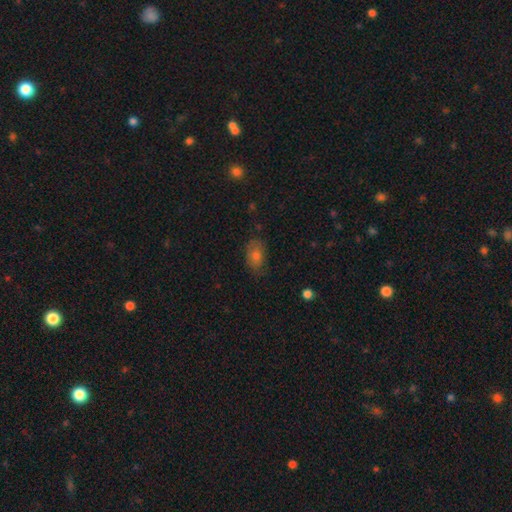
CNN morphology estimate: This appears to be a smooth galaxy with no disk features (68%) that is in between round and cigar-shaped (85%). Merging: none (75%).